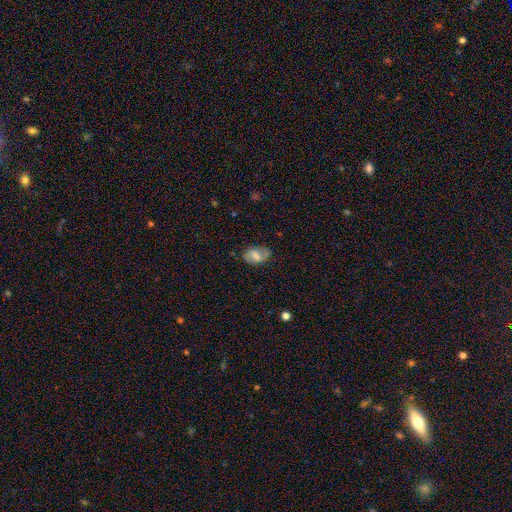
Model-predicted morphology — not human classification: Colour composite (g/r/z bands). It shows a smooth galaxy with no disk features (47%). Merging: none (74%).